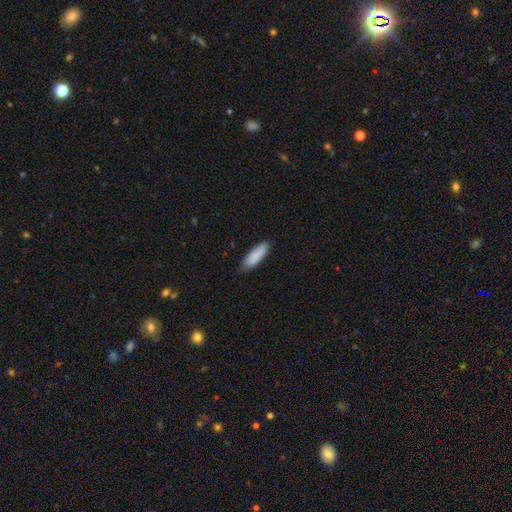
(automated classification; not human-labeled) The model was most divided on "how rounded": in between: 52%, cigar-shaped: 46%, round: 1%. More confident: smooth or featured — smooth (88%); merging — none (79%).